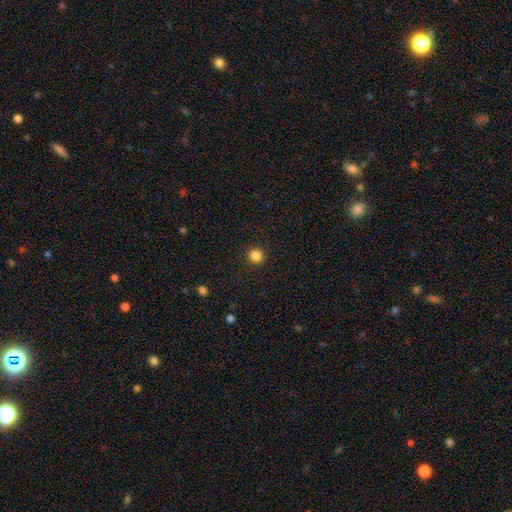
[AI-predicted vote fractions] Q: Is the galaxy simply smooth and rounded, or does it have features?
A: smooth — 85%.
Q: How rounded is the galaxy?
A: round — 94%.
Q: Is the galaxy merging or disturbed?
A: none — 92%.